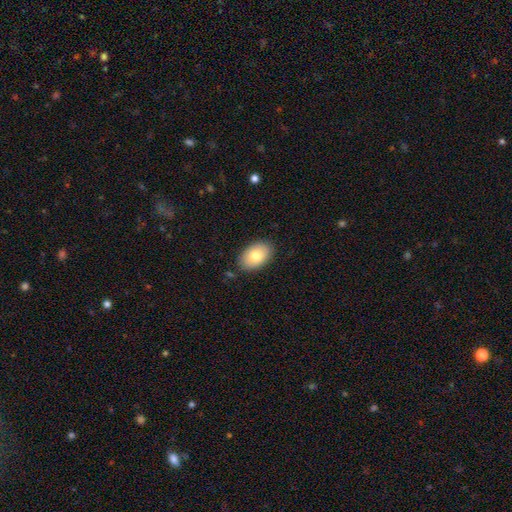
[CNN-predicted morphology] Smooth or featured?
  - smooth: 78% *
  - featured or disk: 15%
  - star or artifact: 7%
How rounded?
  - in between: 90% *
  - round: 9%
  - cigar-shaped: 1%
Merging?
  - none: 86% *
  - minor disturbance: 11%
  - major disturbance: 2%
  - merger: 2%